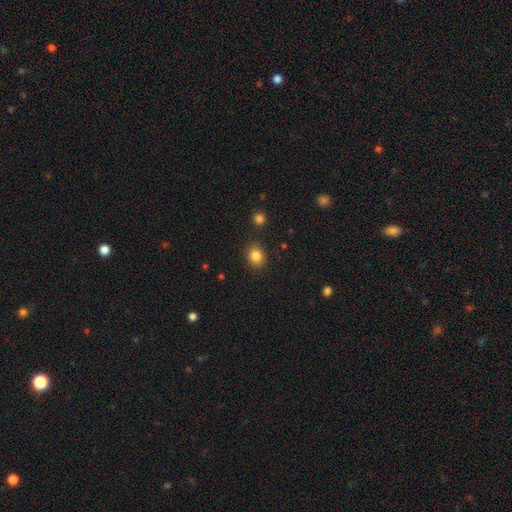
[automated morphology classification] Overall: smooth (83%). How rounded: round (62%; in between 37%). Merging: none (87%).